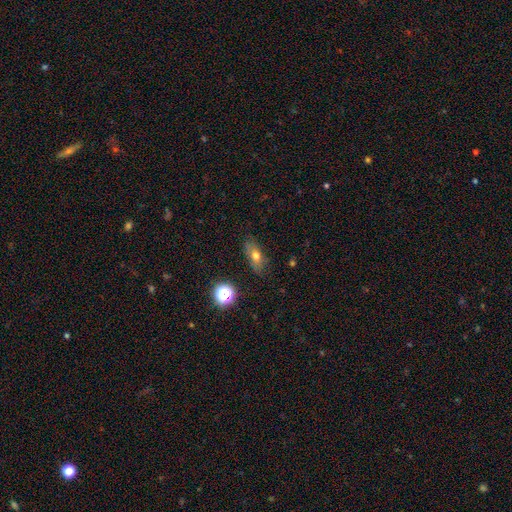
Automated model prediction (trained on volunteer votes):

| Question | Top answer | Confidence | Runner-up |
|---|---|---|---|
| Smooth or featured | smooth | 68% | featured or disk (19%) |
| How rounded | in between | 72% | cigar-shaped (15%) |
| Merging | none | 78% | minor disturbance (16%) |